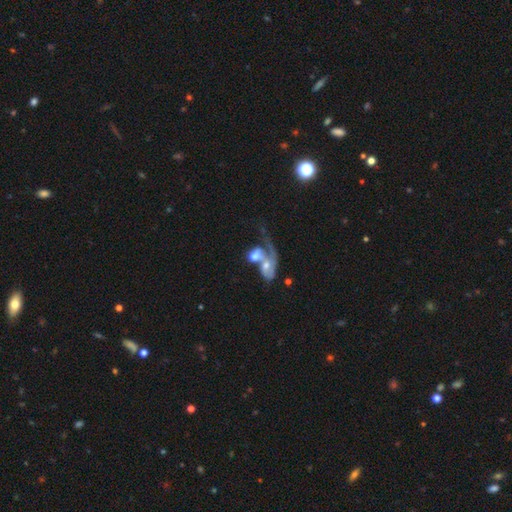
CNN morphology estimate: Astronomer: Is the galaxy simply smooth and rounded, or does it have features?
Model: featured or disk — 53% (runner-up: smooth, 39%).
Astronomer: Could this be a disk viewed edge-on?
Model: no — 94%.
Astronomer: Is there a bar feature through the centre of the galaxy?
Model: no — 69%.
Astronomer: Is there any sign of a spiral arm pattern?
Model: yes — 65%.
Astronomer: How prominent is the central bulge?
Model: moderate — 48%.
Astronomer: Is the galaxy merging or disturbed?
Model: merger — 74%.